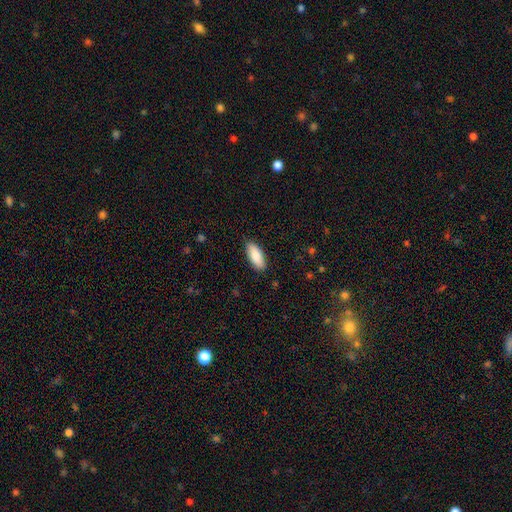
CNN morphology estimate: A smooth galaxy with no disk features (86%) that is in between round and cigar-shaped (81%). Merging: none (87%).